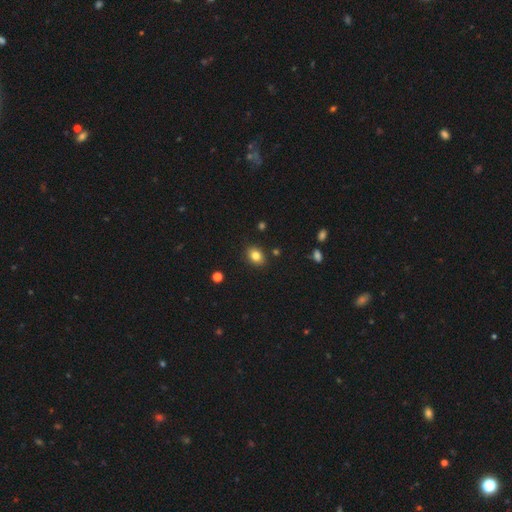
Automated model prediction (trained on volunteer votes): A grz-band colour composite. It shows a smooth galaxy with no disk features (82%) that is in between round and cigar-shaped (62%). Merging: none (87%).